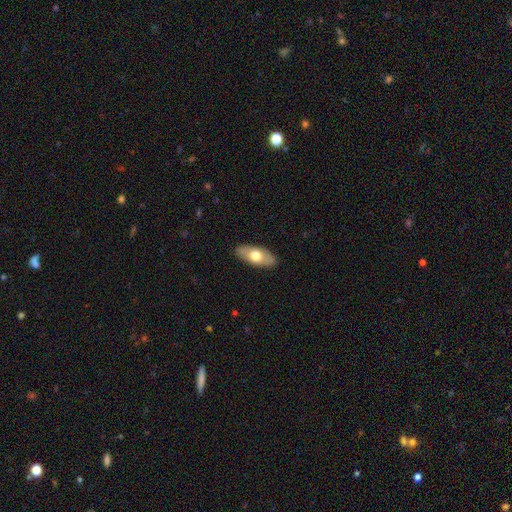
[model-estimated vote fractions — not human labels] Smooth or featured? smooth (63%)
How rounded? in between (86%)
Merging? none (88%)